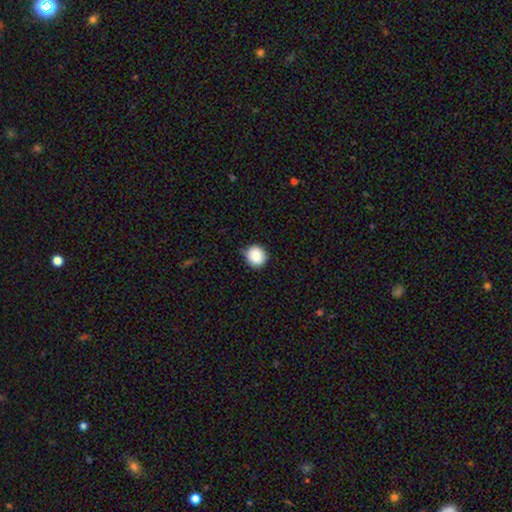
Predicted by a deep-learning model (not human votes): smooth 87%, star or artifact 8%, featured or disk 5%. Down the decision tree: how rounded — round (92%); merging — none (84%).